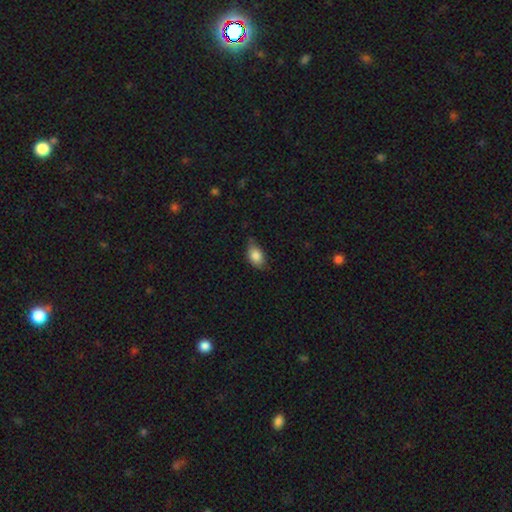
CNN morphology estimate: A smooth galaxy with no disk features (85%) that is in between round and cigar-shaped (86%). Merging: none (67%).